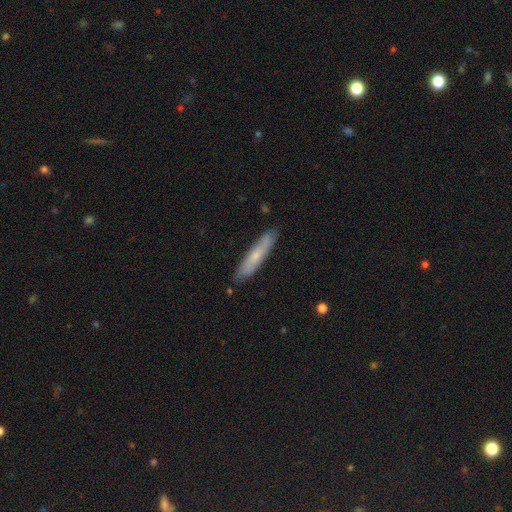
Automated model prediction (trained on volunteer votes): Overall: smooth (60%; featured or disk 34%). How rounded: cigar-shaped (89%). Merging: none (85%).